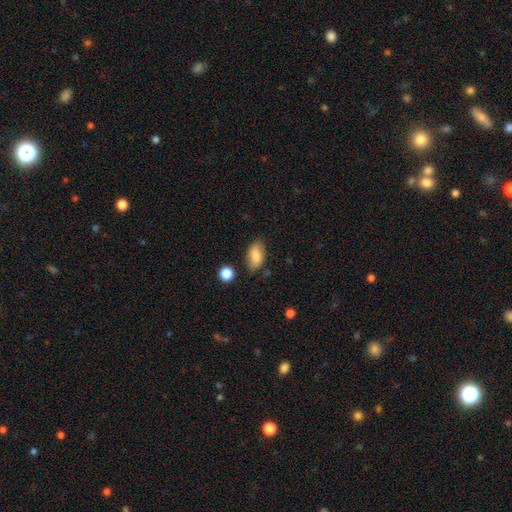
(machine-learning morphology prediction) Smooth or featured?
  - smooth: 80% *
  - featured or disk: 12%
  - star or artifact: 7%
How rounded?
  - in between: 91% *
  - round: 5%
  - cigar-shaped: 3%
Merging?
  - none: 77% *
  - minor disturbance: 16%
  - major disturbance: 3%
  - merger: 3%